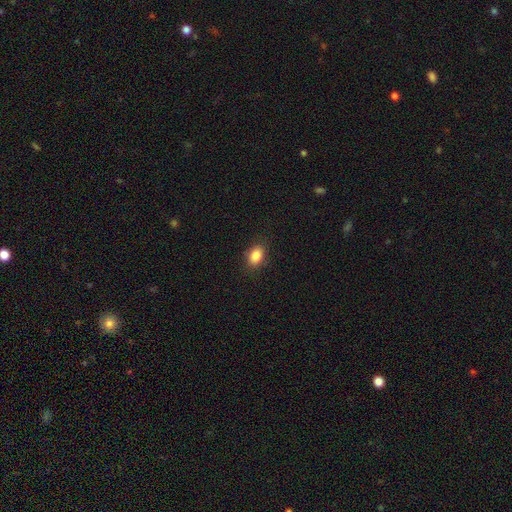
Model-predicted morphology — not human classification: A smooth galaxy with no disk features (86%) that is in between round and cigar-shaped (76%).

Vote fractions:
- Smooth or featured? smooth: 86% / star or artifact: 9% / featured or disk: 5%
- How rounded? in between: 76% / round: 23% / cigar-shaped: 1%
- Merging? none: 86% / minor disturbance: 10% / major disturbance: 3% / merger: 1%